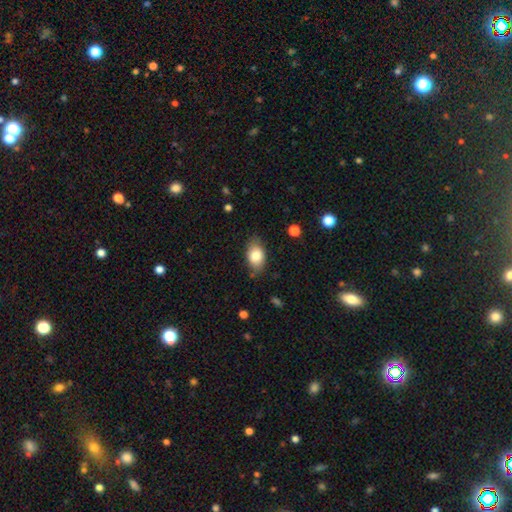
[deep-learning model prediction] Overall: smooth (81%). How rounded: in between (88%). Merging: none (79%).